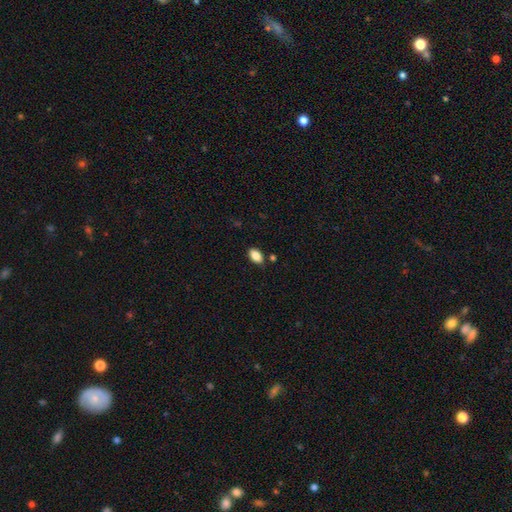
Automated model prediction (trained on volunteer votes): smooth-or-featured: smooth: 85% | star or artifact: 8% | featured or disk: 7%
  how-rounded: in between: 92% | round: 6% | cigar-shaped: 2%
  merging: none: 84% | minor disturbance: 11% | merger: 3% | major disturbance: 2%